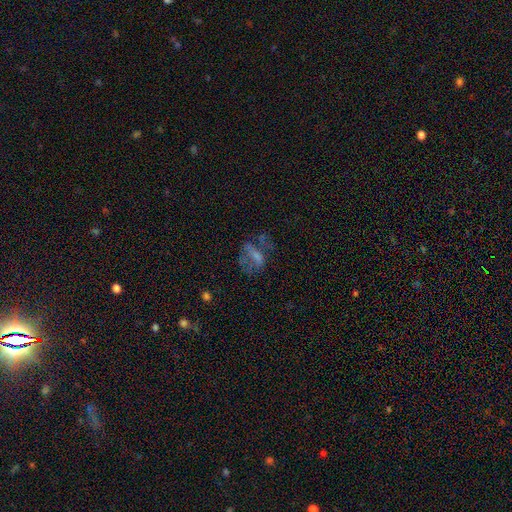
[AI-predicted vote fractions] featured or disk 43%, smooth 37%, star or artifact 20%. Down the decision tree: merging — none (41%).